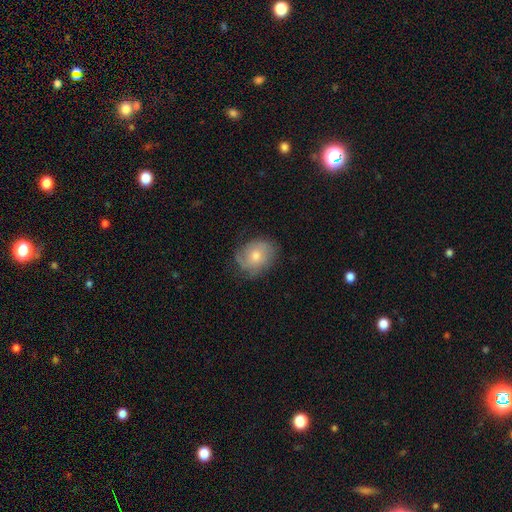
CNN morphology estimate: Smooth or featured? featured or disk (53%)
Edge-on disk? no (96%)
Bar? no (80%)
Spiral arms? yes (84%)
Bulge size? moderate (60%)
Merging? none (70%)